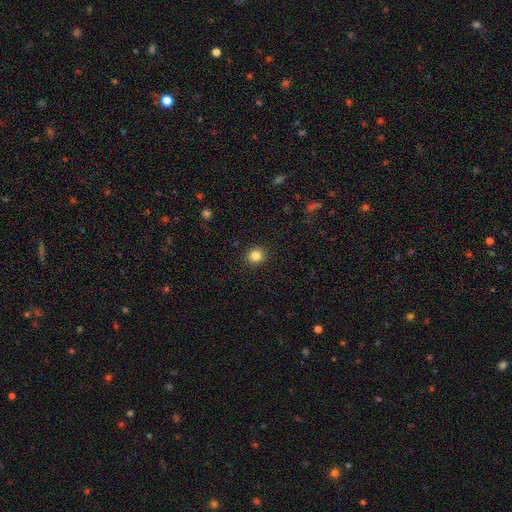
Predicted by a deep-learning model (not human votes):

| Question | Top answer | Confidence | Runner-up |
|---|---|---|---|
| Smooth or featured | smooth | 84% | star or artifact (11%) |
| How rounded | round | 92% | in between (7%) |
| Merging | none | 92% | minor disturbance (5%) |